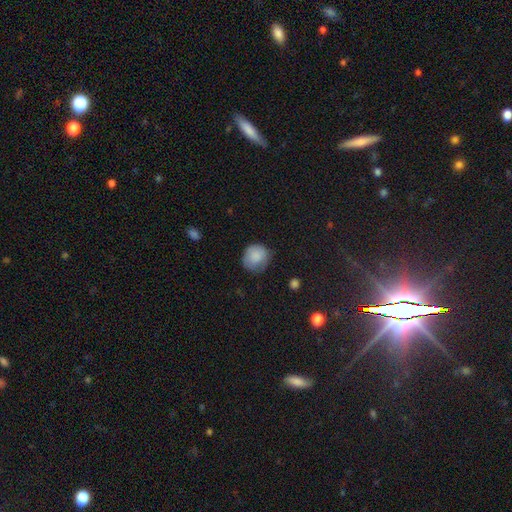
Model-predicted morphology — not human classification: Smooth or featured: smooth — 83% (featured or disk — 9%)
How rounded: round — 81% (in between — 18%)
Merging: none — 62% (minor disturbance — 29%)